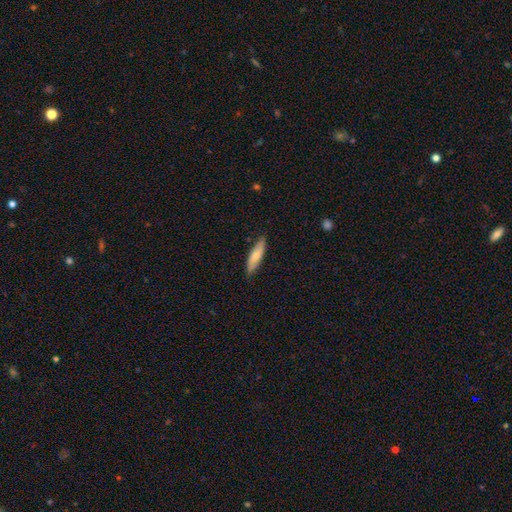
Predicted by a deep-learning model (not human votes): Morphology: type=smooth (68%); roundness=cigar-shaped (64%); merging=none (82%).